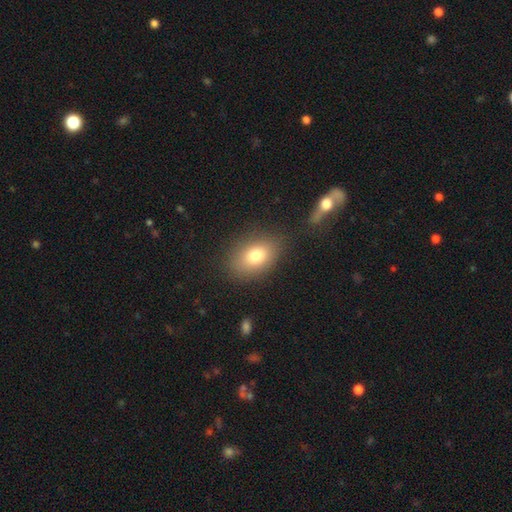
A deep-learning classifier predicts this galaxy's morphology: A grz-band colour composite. It shows a smooth galaxy with no disk features (78%) that is in between round and cigar-shaped (79%). Merging: none (80%).